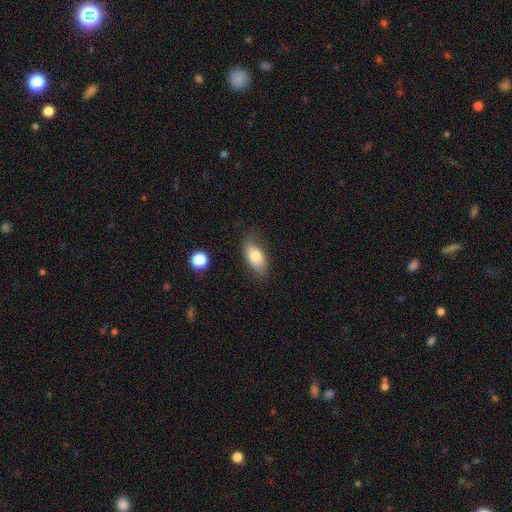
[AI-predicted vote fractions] Morphology: type=smooth (74%); roundness=in between (88%); merging=none (71%).